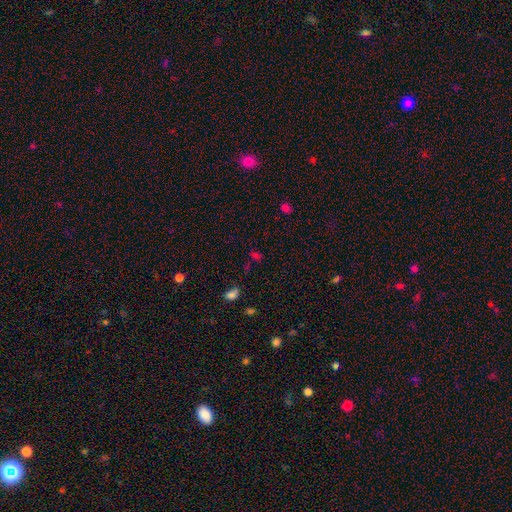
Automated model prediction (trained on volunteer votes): The model was most divided on "smooth or featured": smooth: 49%, star or artifact: 42%, featured or disk: 9%. More confident: merging — none (61%).